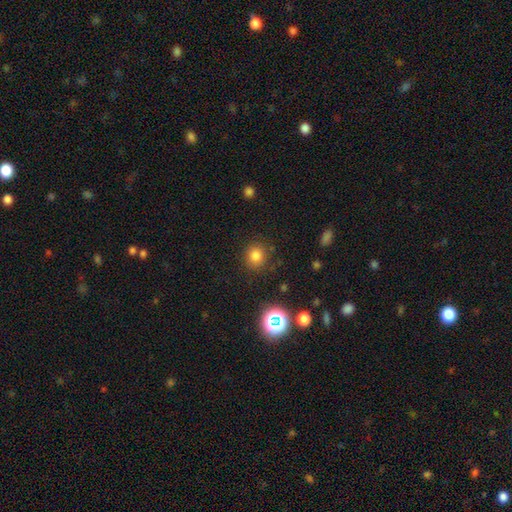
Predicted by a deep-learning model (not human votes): Overall: smooth (78%). How rounded: round (87%). Merging: none (86%).